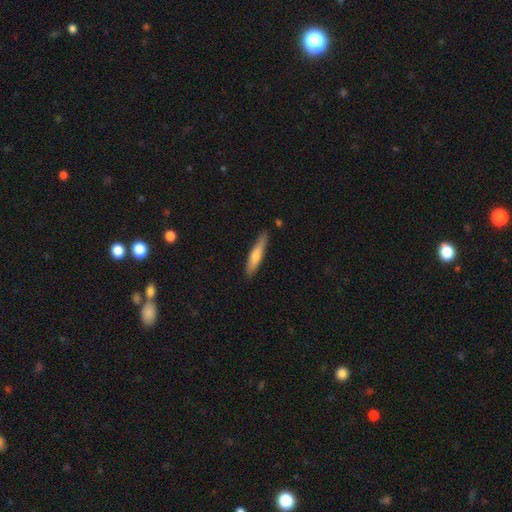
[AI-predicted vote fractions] This is likely a smooth galaxy (65%). How rounded: clearly cigar-shaped (89%). Merging: clearly none (85%).